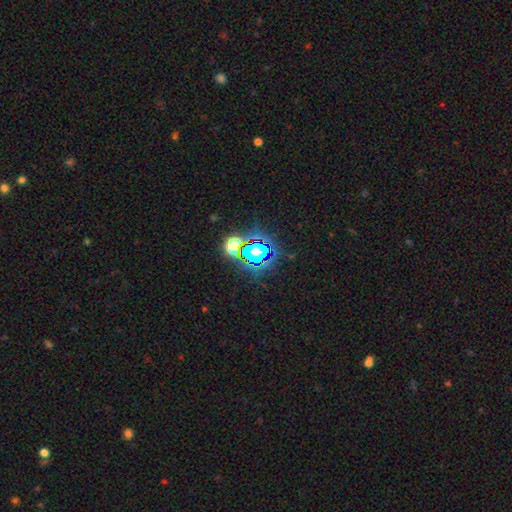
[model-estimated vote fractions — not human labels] A star or artifact, not a galaxy (73%).